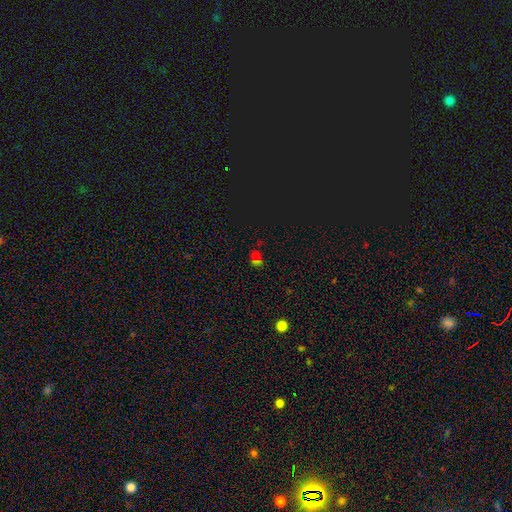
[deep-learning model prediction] Smooth or featured?
  - star or artifact: 56% *
  - smooth: 35%
  - featured or disk: 9%